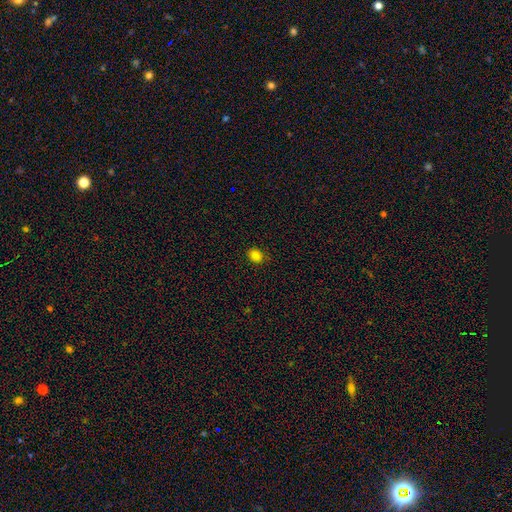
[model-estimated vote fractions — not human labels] Smooth or featured: smooth — 82% (star or artifact — 13%)
How rounded: round — 53% (in between — 46%)
Merging: none — 84% (minor disturbance — 13%)